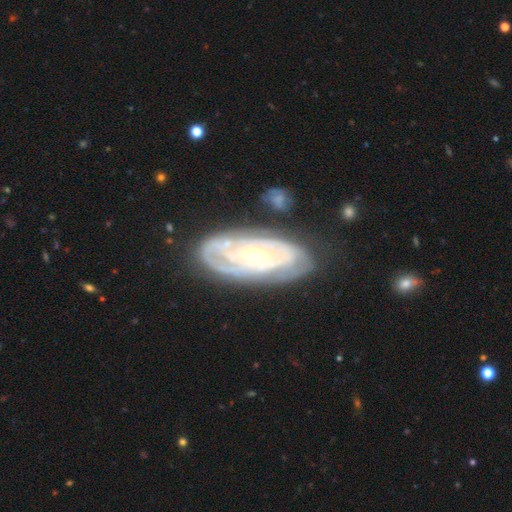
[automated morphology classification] Smooth or featured: featured or disk — 84% (smooth — 11%)
Edge-on disk: no — 92% (yes — 8%)
Bar: no — 67% (weak — 23%)
Spiral arms: yes — 87% (no — 13%)
Spiral winding: tight — 75% (medium — 19%)
Spiral arm count: can't tell — 44% (2 — 27%)
Bulge size: small — 59% (moderate — 38%)
Merging: none — 71% (minor disturbance — 19%)